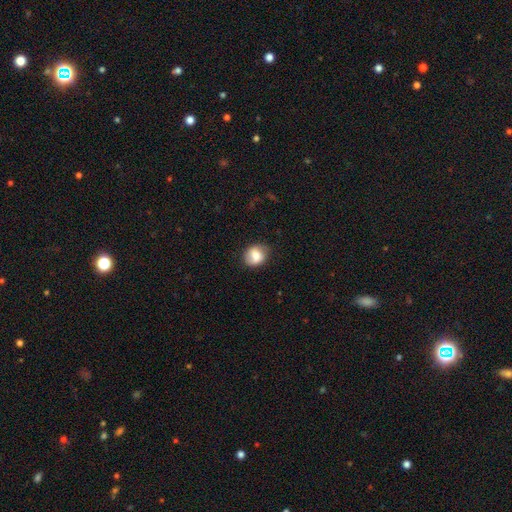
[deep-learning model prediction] A smooth galaxy with no disk features (73%) that is round (63%).

Vote fractions:
- Smooth or featured? smooth: 73% / featured or disk: 19% / star or artifact: 8%
- How rounded? round: 63% / in between: 36% / cigar-shaped: 1%
- Merging? none: 76% / minor disturbance: 18% / major disturbance: 5% / merger: 1%